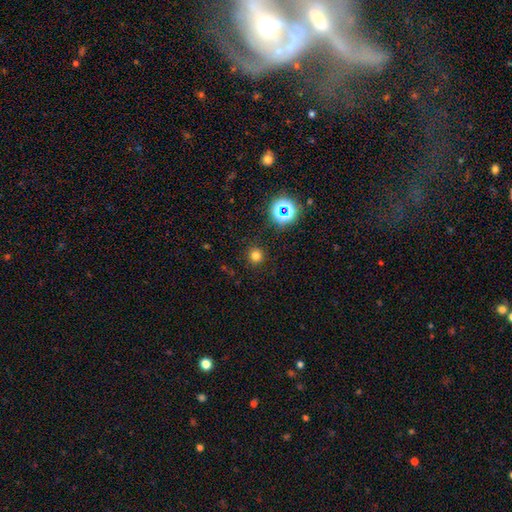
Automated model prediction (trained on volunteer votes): This is likely a smooth galaxy (74%). How rounded: clearly round (95%). Merging: clearly none (91%).